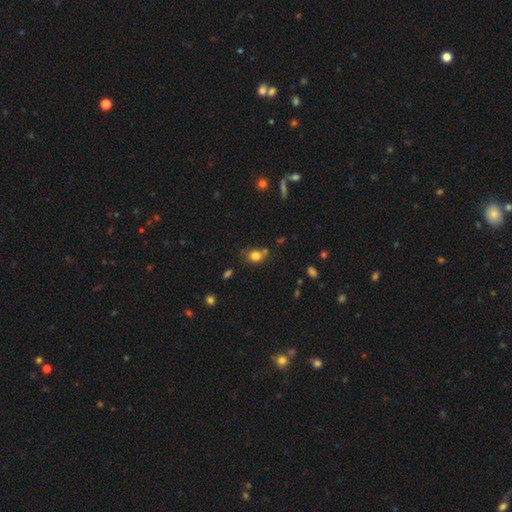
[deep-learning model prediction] Overall: smooth (79%). How rounded: round (57%; in between 42%). Merging: none (60%).